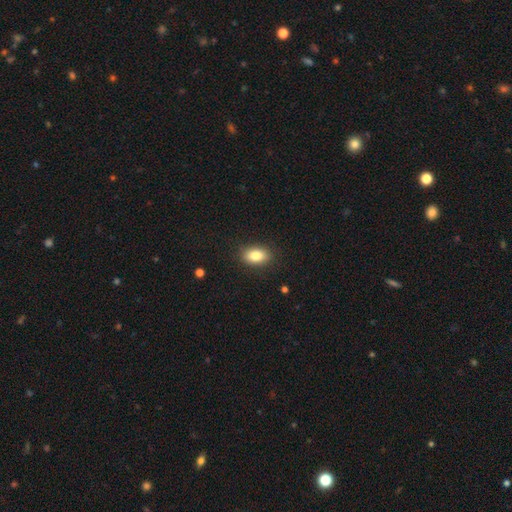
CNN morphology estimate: Smooth or featured?
  - smooth: 83% *
  - star or artifact: 8%
  - featured or disk: 8%
How rounded?
  - in between: 86% *
  - round: 12%
  - cigar-shaped: 2%
Merging?
  - none: 87% *
  - minor disturbance: 9%
  - major disturbance: 3%
  - merger: 1%